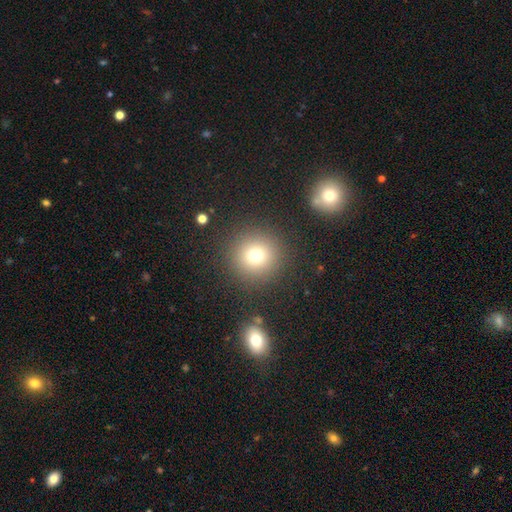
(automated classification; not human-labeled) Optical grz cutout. It shows a smooth galaxy with no disk features (73%) that is round (95%). Merging: none (89%).